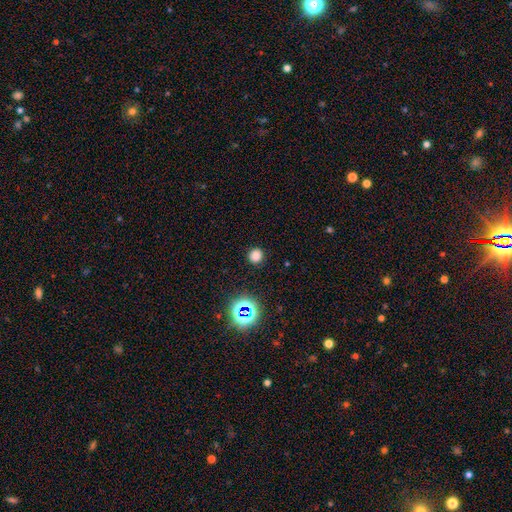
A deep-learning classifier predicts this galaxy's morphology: Smooth or featured?
  - smooth: 76% *
  - star or artifact: 20%
  - featured or disk: 5%
How rounded?
  - round: 89% *
  - in between: 10%
  - cigar-shaped: 1%
Merging?
  - none: 89% *
  - minor disturbance: 7%
  - major disturbance: 3%
  - merger: 1%